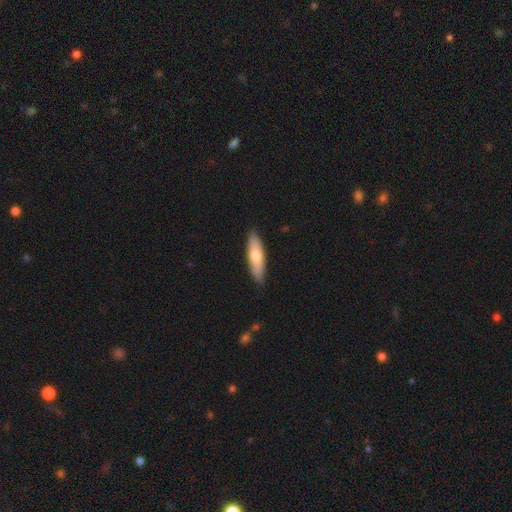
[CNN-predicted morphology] Smooth or featured?
  - smooth: 68% *
  - featured or disk: 27%
  - star or artifact: 5%
How rounded?
  - cigar-shaped: 58% *
  - in between: 40%
  - round: 2%
Merging?
  - none: 86% *
  - minor disturbance: 11%
  - major disturbance: 2%
  - merger: 1%